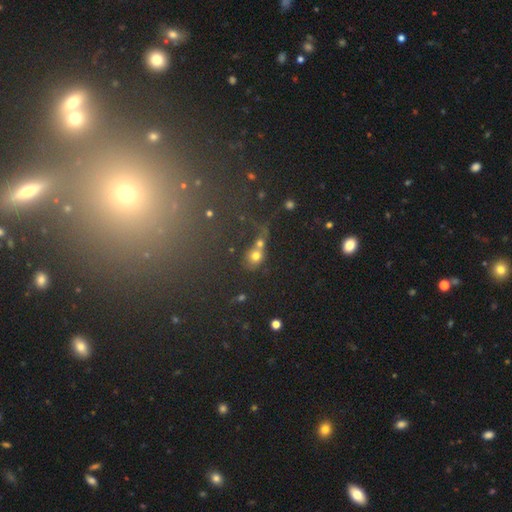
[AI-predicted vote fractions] Smooth or featured? smooth (70%)
How rounded? round (67%)
Merging? merger (41%)